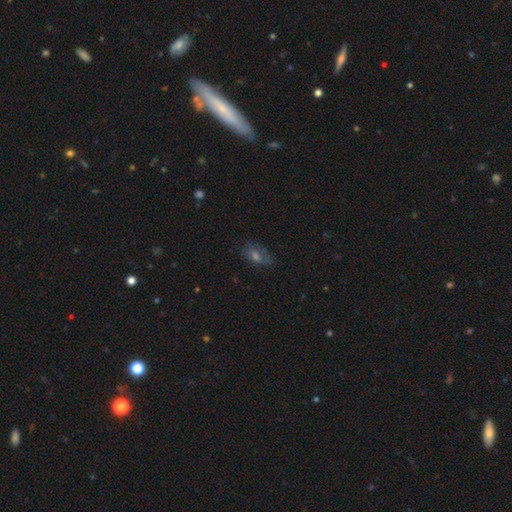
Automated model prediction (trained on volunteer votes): Overall: smooth (43%; featured or disk 33%). Merging: none (64%).